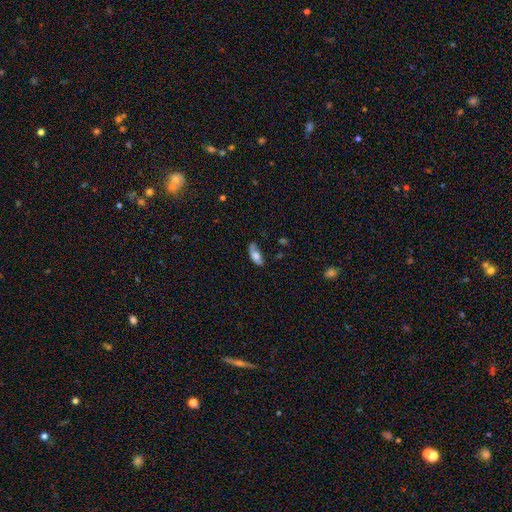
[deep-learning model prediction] This is likely a smooth galaxy (72%). How rounded: likely in between (78%). Merging: possibly none (52%).